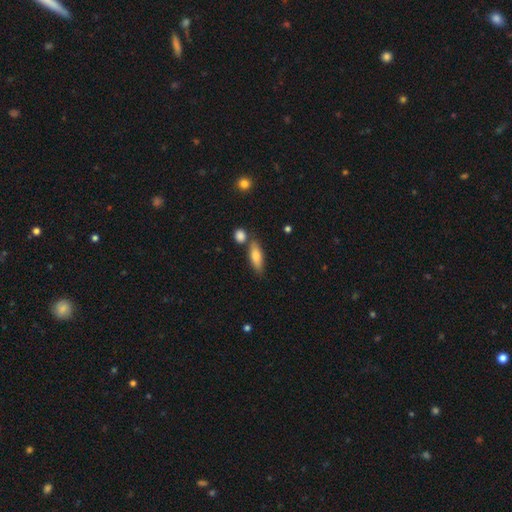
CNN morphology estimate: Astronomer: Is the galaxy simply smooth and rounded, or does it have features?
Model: smooth — 75%.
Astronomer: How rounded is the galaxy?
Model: in between — 58% (runner-up: cigar-shaped, 39%).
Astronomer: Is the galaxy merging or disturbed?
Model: none — 69%.